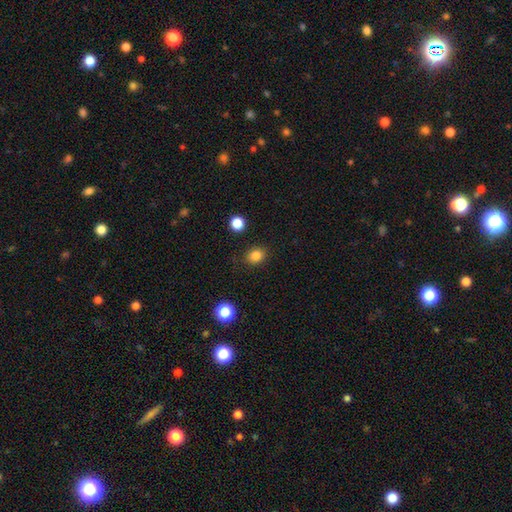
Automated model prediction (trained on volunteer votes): This appears to be a smooth galaxy with no disk features (84%) that is round (61%). Merging: none (86%).